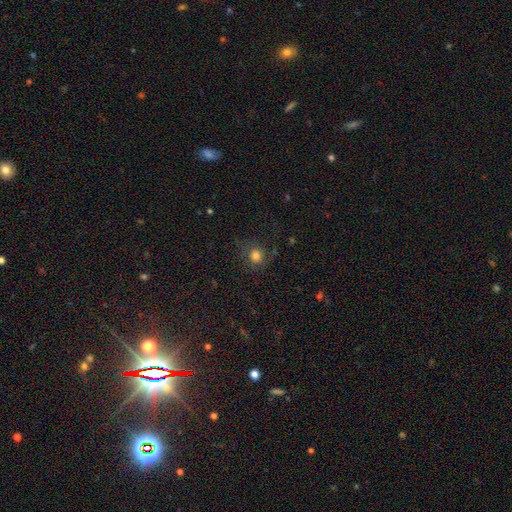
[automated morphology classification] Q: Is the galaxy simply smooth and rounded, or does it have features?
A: smooth — 74%.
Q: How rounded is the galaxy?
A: round — 85%.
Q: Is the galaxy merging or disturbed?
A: none — 74%.